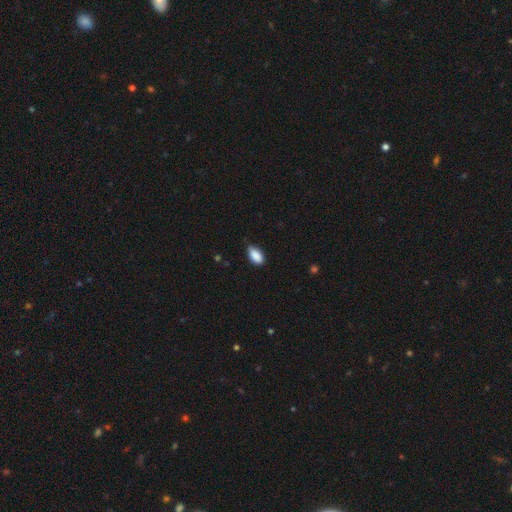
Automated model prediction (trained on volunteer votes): This appears to be a smooth galaxy with no disk features (89%) that is in between round and cigar-shaped (93%). Merging: none (74%).